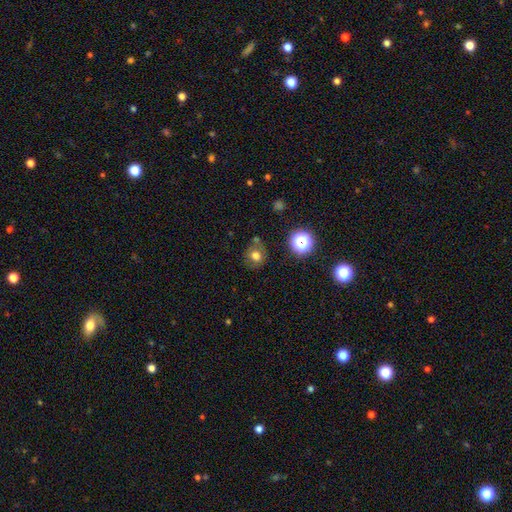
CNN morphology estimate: This is likely a smooth galaxy (71%). How rounded: likely round (78%). Merging: likely none (70%).